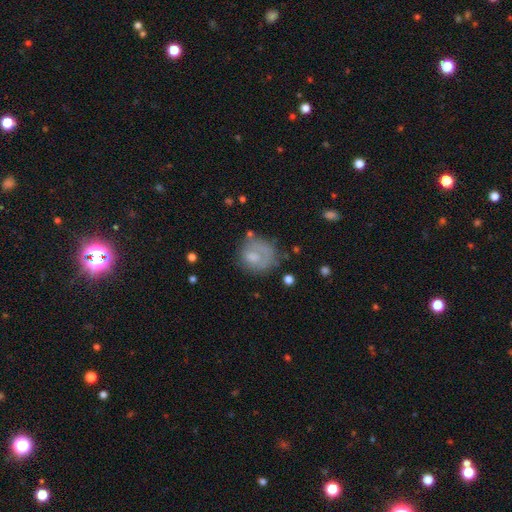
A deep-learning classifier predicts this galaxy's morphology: smooth_or_featured: smooth (p=0.58) [alt: featured or disk p=0.32]
how_rounded: round (p=0.71) [alt: in between p=0.28]
merging: none (p=0.50) [alt: minor disturbance p=0.24]